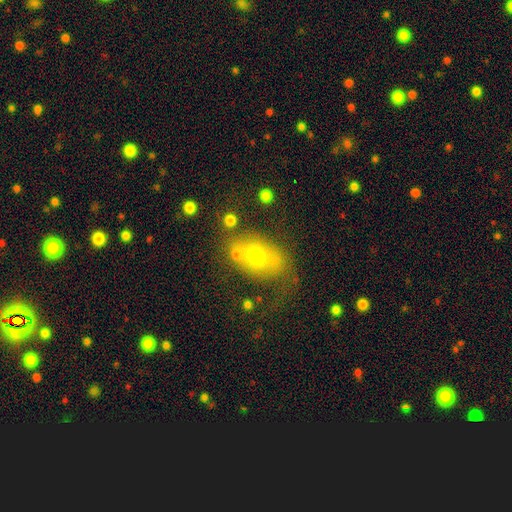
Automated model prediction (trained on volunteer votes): The model was most divided on "merging": none: 48%, minor disturbance: 23%, major disturbance: 20%, merger: 10%. More confident: how rounded — in between (78%); smooth or featured — smooth (58%).